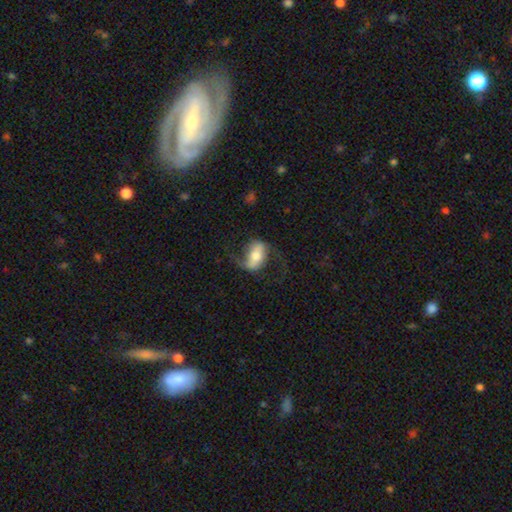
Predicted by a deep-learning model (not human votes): Smooth or featured? featured or disk (64%)
Edge-on disk? no (92%)
Bar? strong (46%)
Spiral arms? yes (84%)
Bulge size? moderate (55%)
Merging? none (63%)